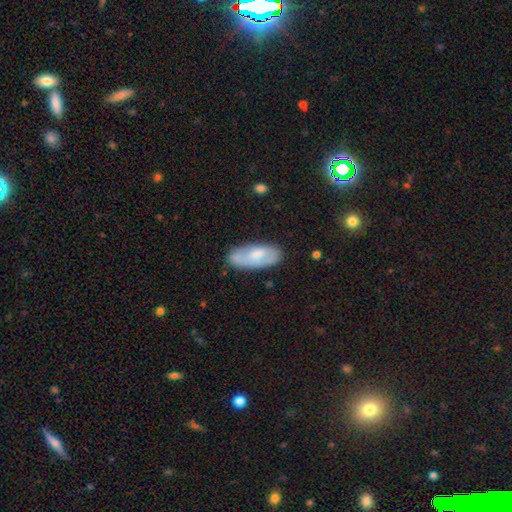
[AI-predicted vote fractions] The model was most divided on "smooth or featured": smooth: 59%, featured or disk: 34%, star or artifact: 7%. More confident: how rounded — in between (84%); merging — none (72%).